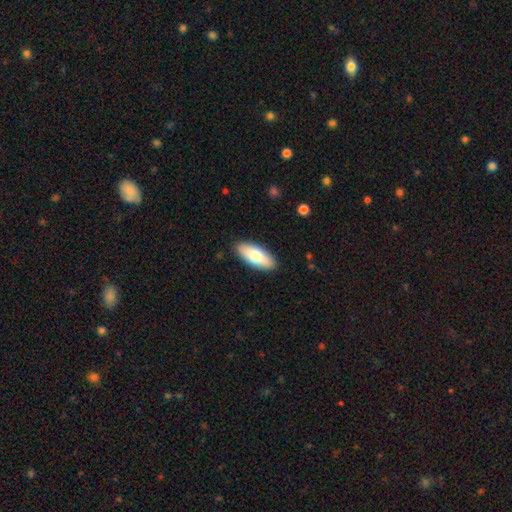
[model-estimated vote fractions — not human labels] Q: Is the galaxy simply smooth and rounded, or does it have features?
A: smooth — 74%.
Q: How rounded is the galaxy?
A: in between — 83%.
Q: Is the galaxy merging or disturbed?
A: none — 89%.